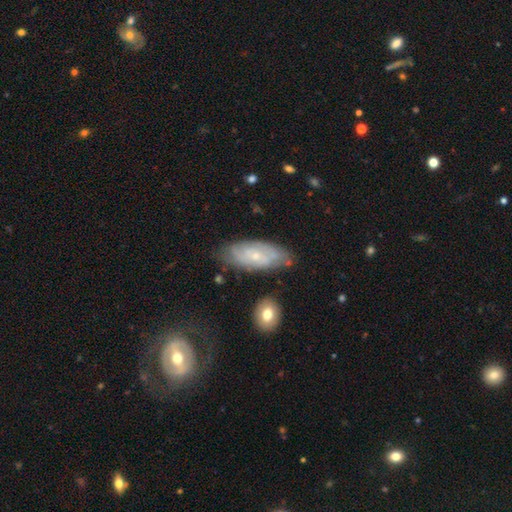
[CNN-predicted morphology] Q: Smooth or featured?
A: featured or disk (61%); runner-up: smooth (32%)
Q: Edge-on disk?
A: no (89%); runner-up: yes (11%)
Q: Bar?
A: no (73%); runner-up: weak (23%)
Q: Spiral arms?
A: yes (76%); runner-up: no (24%)
Q: Bulge size?
A: small (74%); runner-up: moderate (21%)
Q: Merging?
A: none (70%); runner-up: minor disturbance (21%)